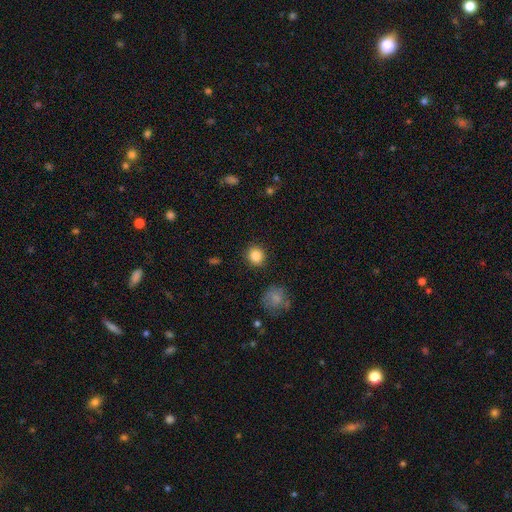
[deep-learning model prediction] Q: Smooth or featured?
A: smooth (85%); runner-up: star or artifact (10%)
Q: How rounded?
A: round (88%); runner-up: in between (11%)
Q: Merging?
A: none (89%); runner-up: minor disturbance (7%)